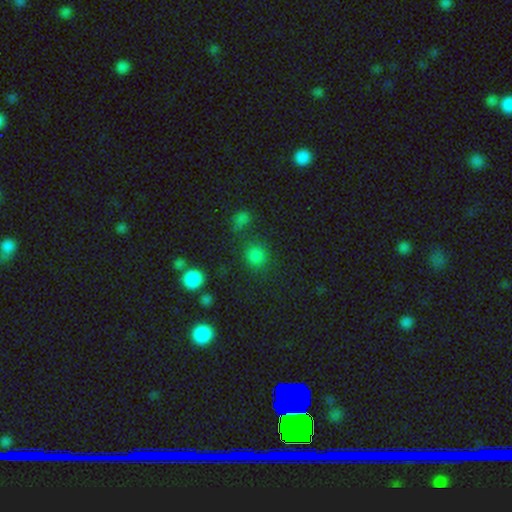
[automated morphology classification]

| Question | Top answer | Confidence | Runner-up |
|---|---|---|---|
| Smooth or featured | smooth | 79% | star or artifact (17%) |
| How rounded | round | 89% | in between (10%) |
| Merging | none | 78% | minor disturbance (11%) |